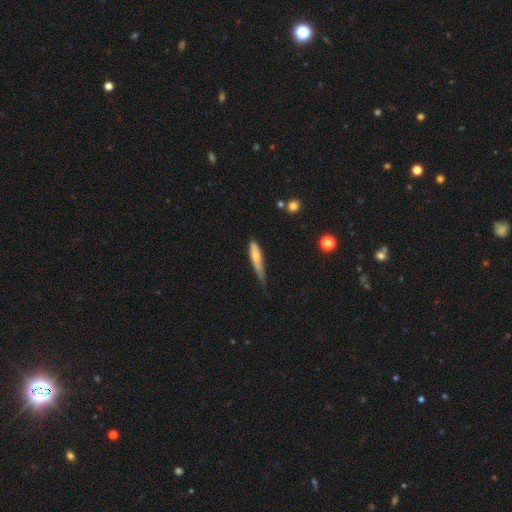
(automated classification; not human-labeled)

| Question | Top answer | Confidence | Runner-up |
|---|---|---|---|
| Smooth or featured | smooth | 67% | featured or disk (27%) |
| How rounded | cigar-shaped | 85% | in between (13%) |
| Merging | minor disturbance | 45% | none (40%) |